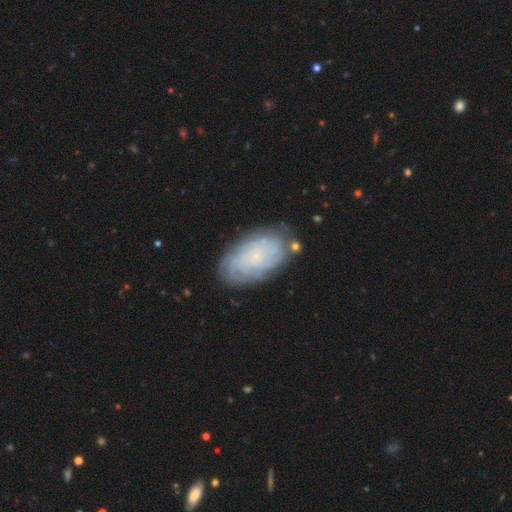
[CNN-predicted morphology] Smooth or featured? Predicted: featured or disk (p=0.64). Edge-on disk? Predicted: no (p=0.95). Bar? Predicted: no (p=0.78). Spiral arms? Predicted: yes (p=0.88). Spiral winding? Predicted: tight (p=0.70). Spiral arm count? Predicted: can't tell (p=0.53). Bulge size? Predicted: small (p=0.73). Merging? Predicted: none (p=0.73).